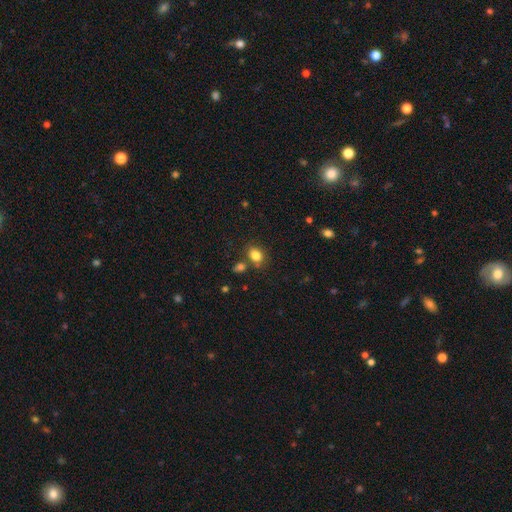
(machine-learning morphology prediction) smooth_or_featured: smooth (p=0.82) [alt: star or artifact p=0.11]
how_rounded: in between (p=0.59) [alt: round p=0.40]
merging: none (p=0.69) [alt: merger p=0.14]